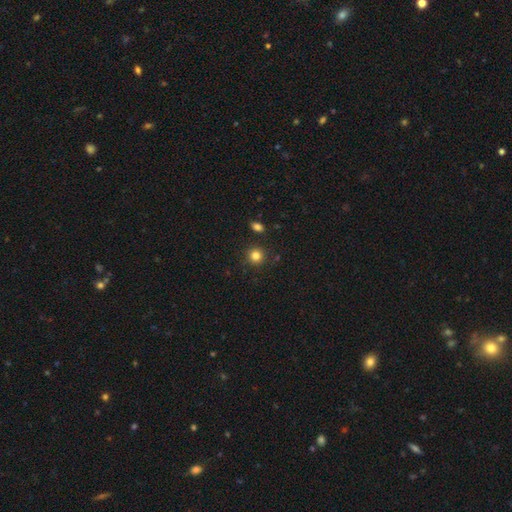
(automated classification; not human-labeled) smooth-or-featured: smooth: 82% | star or artifact: 12% | featured or disk: 5%
  how-rounded: round: 92% | in between: 7% | cigar-shaped: 1%
  merging: none: 89% | minor disturbance: 6% | merger: 3% | major disturbance: 2%